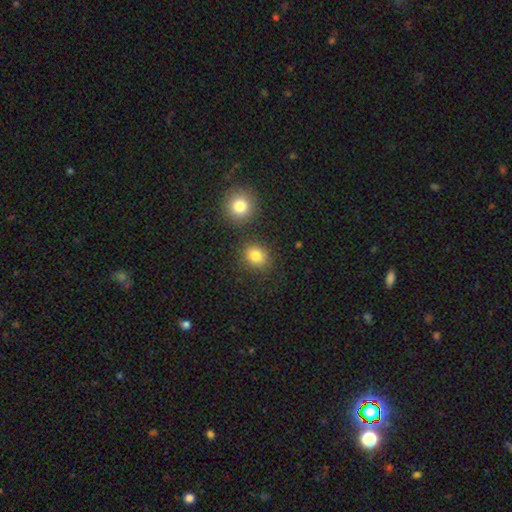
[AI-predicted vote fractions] The model was most divided on "how rounded": round: 76%, in between: 23%, cigar-shaped: 1%. More confident: smooth or featured — smooth (81%); merging — none (80%).